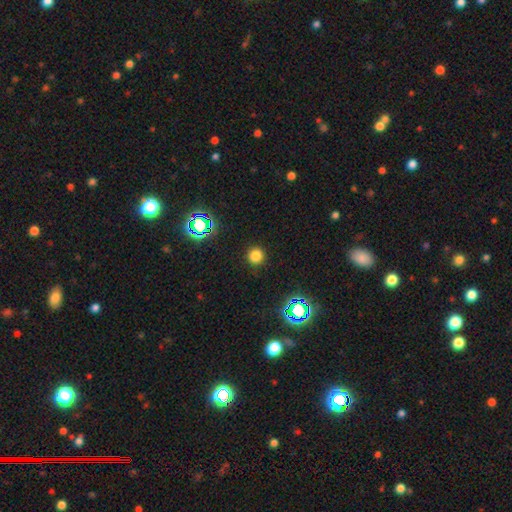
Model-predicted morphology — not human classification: Smooth or featured?
  - smooth: 75% *
  - star or artifact: 20%
  - featured or disk: 4%
How rounded?
  - round: 95% *
  - in between: 4%
  - cigar-shaped: 1%
Merging?
  - none: 91% *
  - minor disturbance: 5%
  - major disturbance: 2%
  - merger: 1%